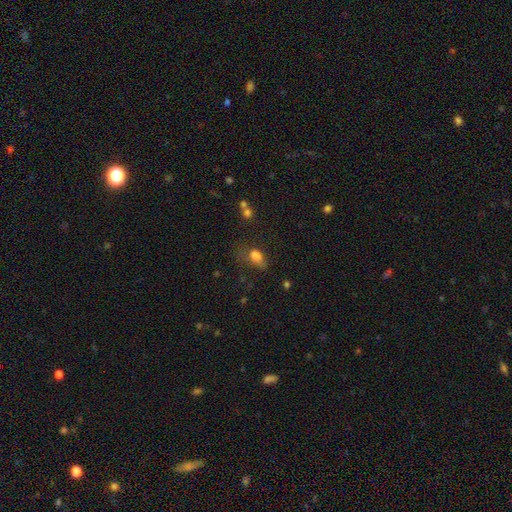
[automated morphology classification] Smooth or featured? smooth (75%)
How rounded? in between (80%)
Merging? none (33%)